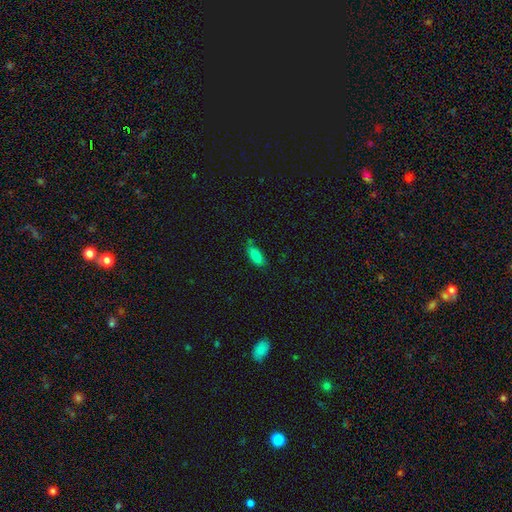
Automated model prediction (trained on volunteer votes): smooth-or-featured: smooth: 81% | featured or disk: 11% | star or artifact: 8%
  how-rounded: in between: 78% | cigar-shaped: 19% | round: 2%
  merging: none: 71% | minor disturbance: 22% | major disturbance: 4% | merger: 3%